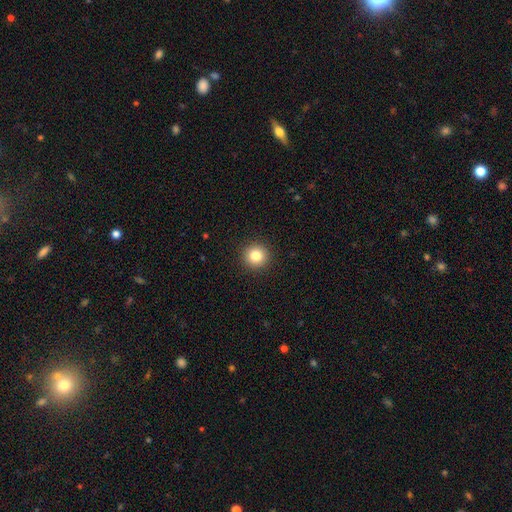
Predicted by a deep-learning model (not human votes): Smooth or featured? smooth (82%)
How rounded? round (95%)
Merging? none (93%)